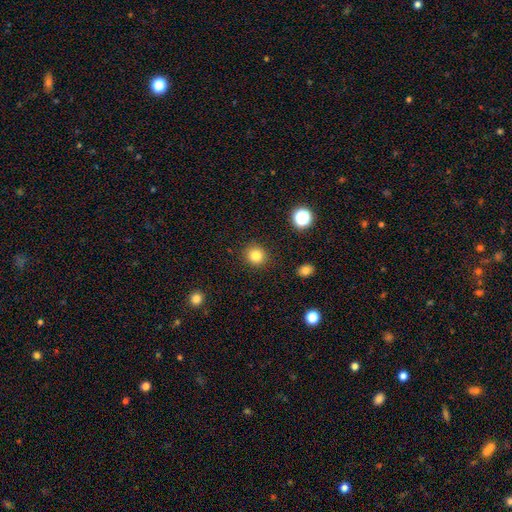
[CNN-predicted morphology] Q: Smooth or featured?
A: smooth (82%); runner-up: star or artifact (12%)
Q: How rounded?
A: round (89%); runner-up: in between (10%)
Q: Merging?
A: none (90%); runner-up: minor disturbance (6%)